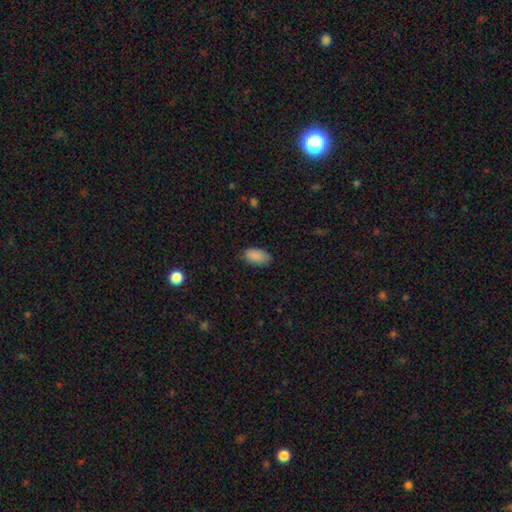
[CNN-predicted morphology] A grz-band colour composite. It shows a smooth galaxy with no disk features (89%) that is in between round and cigar-shaped (94%). Merging: none (80%).